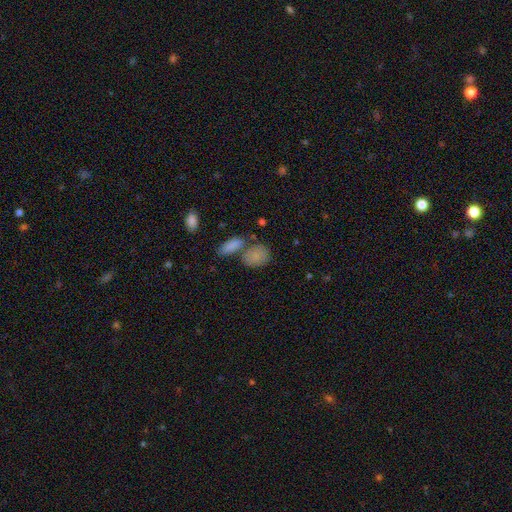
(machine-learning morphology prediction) This appears to be a smooth galaxy with no disk features (84%) that is in between round and cigar-shaped (61%). Merging: none (54%).